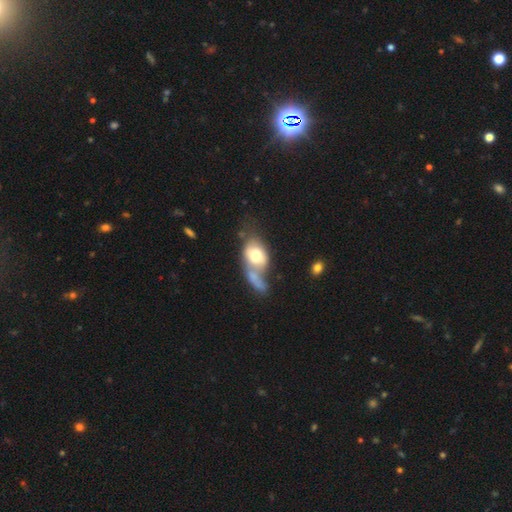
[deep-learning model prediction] Smooth or featured: smooth — 64% (featured or disk — 29%)
How rounded: in between — 76% (round — 21%)
Merging: merger — 48% (major disturbance — 21%)